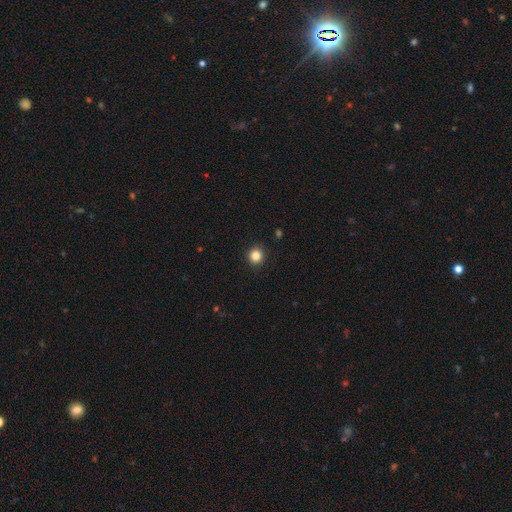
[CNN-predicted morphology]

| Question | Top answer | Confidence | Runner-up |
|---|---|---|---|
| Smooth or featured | smooth | 85% | star or artifact (12%) |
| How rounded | round | 92% | in between (7%) |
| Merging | none | 92% | minor disturbance (5%) |